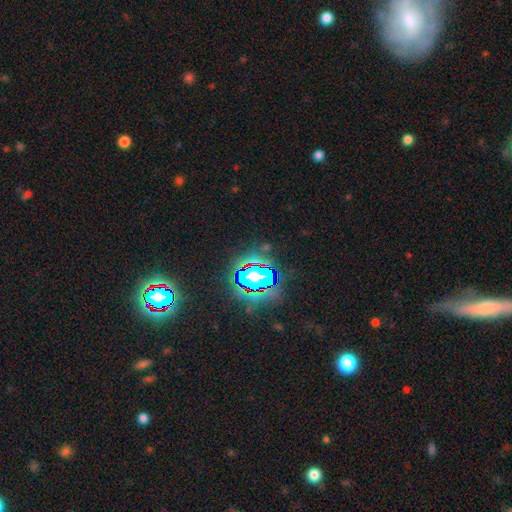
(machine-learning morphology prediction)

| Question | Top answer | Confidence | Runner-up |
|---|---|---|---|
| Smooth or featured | star or artifact | 80% | smooth (11%) |